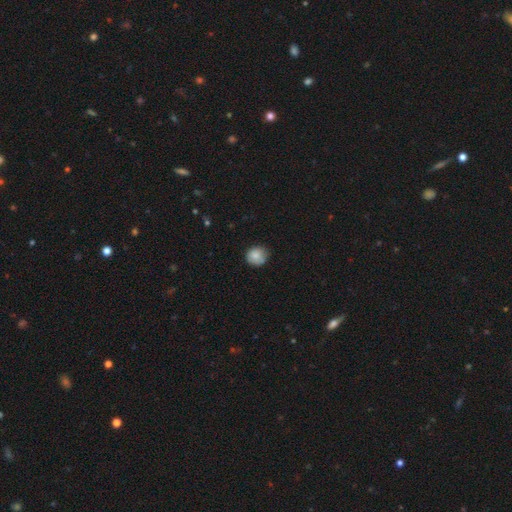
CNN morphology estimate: The model was most divided on "merging": none: 74%, minor disturbance: 20%, major disturbance: 3%, merger: 2%. More confident: how rounded — round (88%); smooth or featured — smooth (84%).